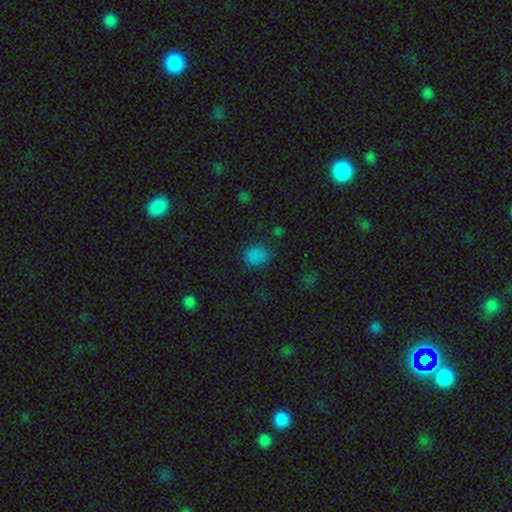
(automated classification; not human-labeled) Overall: smooth (77%). How rounded: round (66%; in between 32%). Merging: none (77%).